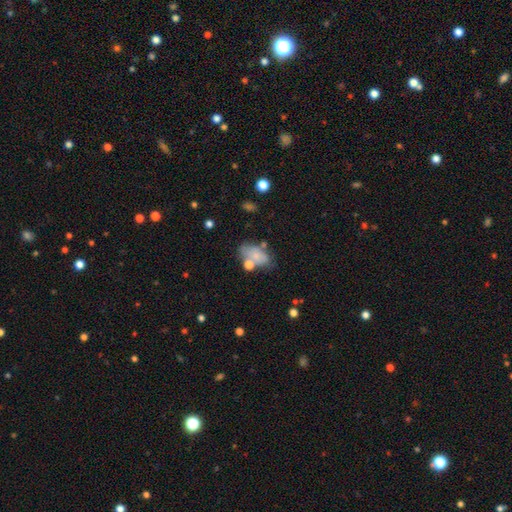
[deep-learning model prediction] Smooth or featured?
  - smooth: 68% *
  - featured or disk: 22%
  - star or artifact: 9%
How rounded?
  - in between: 88% *
  - round: 9%
  - cigar-shaped: 2%
Merging?
  - none: 46% *
  - minor disturbance: 24%
  - merger: 19%
  - major disturbance: 11%